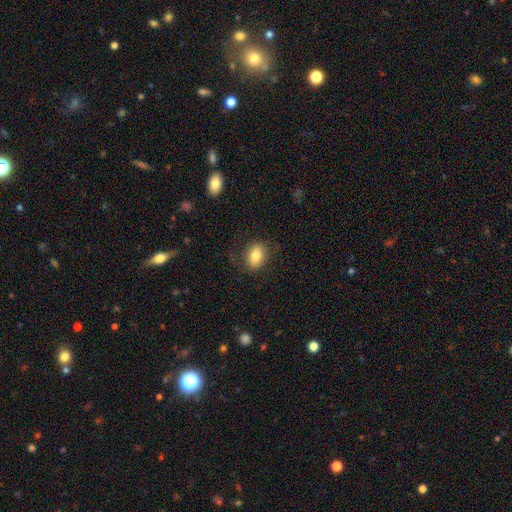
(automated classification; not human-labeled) Smooth or featured? Predicted: smooth (p=0.80). How rounded? Predicted: in between (p=0.78). Merging? Predicted: none (p=0.81).